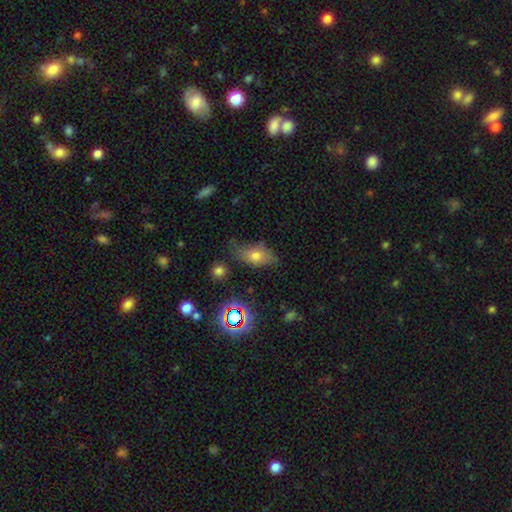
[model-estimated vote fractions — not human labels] Smooth or featured?
  - smooth: 66% *
  - featured or disk: 20%
  - star or artifact: 14%
How rounded?
  - in between: 86% *
  - round: 9%
  - cigar-shaped: 6%
Merging?
  - none: 55% *
  - minor disturbance: 29%
  - major disturbance: 11%
  - merger: 4%